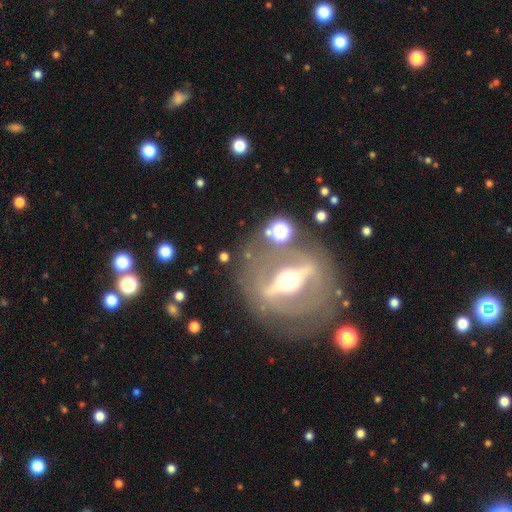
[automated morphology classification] This is clearly a featured or disk galaxy (84%). It is possibly not viewed edge-on (54%). Merging: likely none (75%).